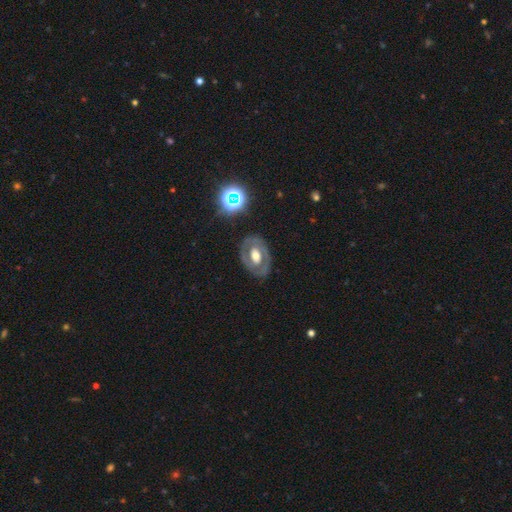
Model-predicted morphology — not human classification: A featured or disk galaxy (65%) with no bar (59%), no spiral arms (63%) and a moderate central bulge (50%).

Vote fractions:
- Smooth or featured? featured or disk: 65% / smooth: 28% / star or artifact: 7%
- Edge-on disk? no: 94% / yes: 6%
- Bar? no: 59% / weak: 28% / strong: 13%
- Spiral arms? no: 63% / yes: 37%
- Bulge size? moderate: 50% / large: 38% / small: 7% / dominant: 3% / none: 2%
- Merging? none: 79% / minor disturbance: 14% / major disturbance: 6% / merger: 2%